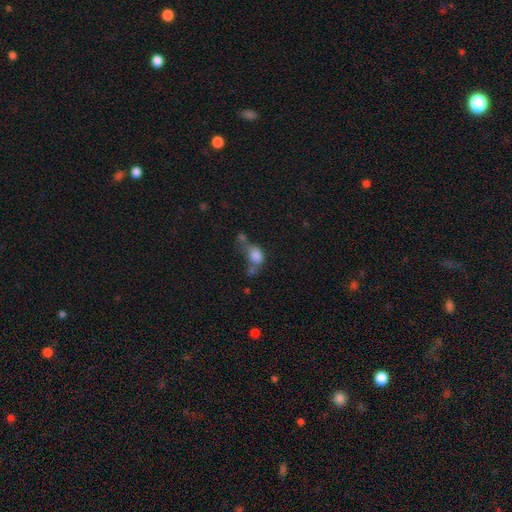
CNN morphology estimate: smooth-or-featured: smooth: 77% | featured or disk: 12% | star or artifact: 11%
  how-rounded: in between: 59% | round: 39% | cigar-shaped: 2%
  merging: merger: 45% | none: 23% | major disturbance: 17% | minor disturbance: 16%